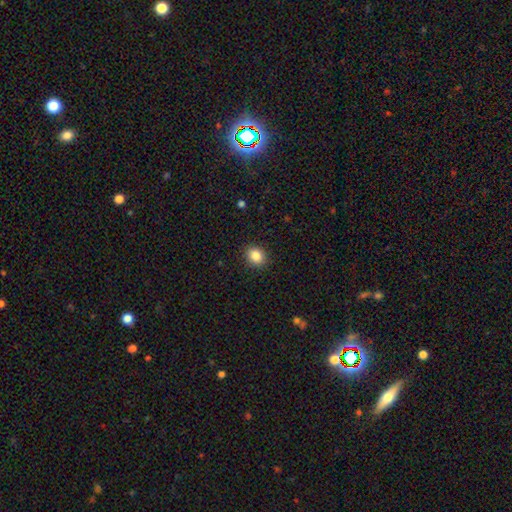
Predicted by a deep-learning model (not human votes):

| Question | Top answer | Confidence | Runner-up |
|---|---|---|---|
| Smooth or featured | smooth | 86% | star or artifact (9%) |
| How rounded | round | 62% | in between (37%) |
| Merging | none | 90% | minor disturbance (7%) |